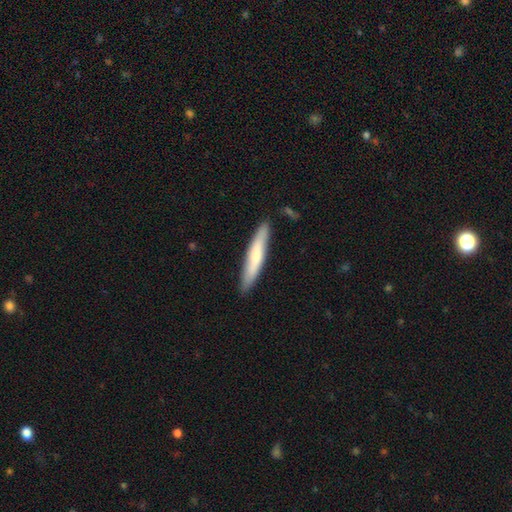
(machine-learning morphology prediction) This is likely a smooth galaxy (64%). How rounded: clearly cigar-shaped (91%). Merging: clearly none (86%).